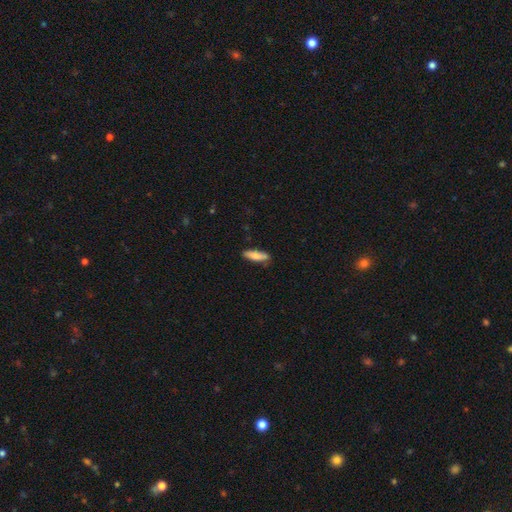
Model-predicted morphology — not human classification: Q: Smooth or featured?
A: smooth (78%); runner-up: featured or disk (16%)
Q: How rounded?
A: cigar-shaped (60%); runner-up: in between (39%)
Q: Merging?
A: none (79%); runner-up: minor disturbance (16%)